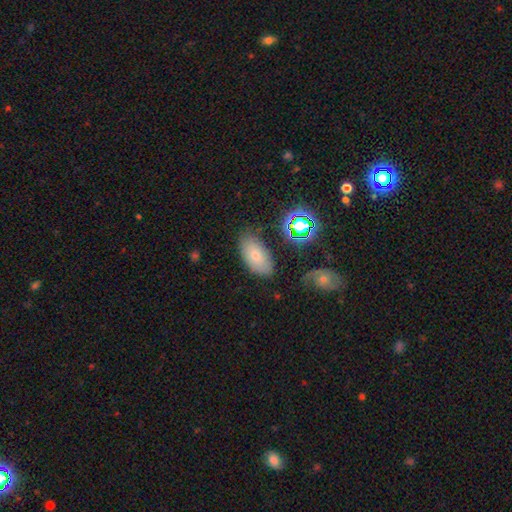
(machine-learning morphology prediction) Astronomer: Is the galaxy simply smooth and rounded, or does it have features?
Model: smooth — 67%.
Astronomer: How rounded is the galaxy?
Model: in between — 93%.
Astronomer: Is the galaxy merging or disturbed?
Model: none — 75%.